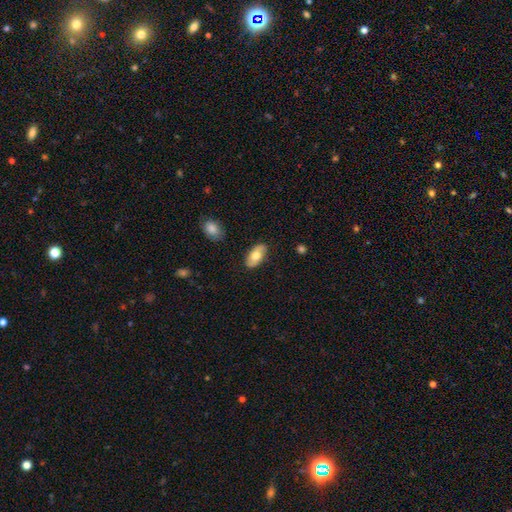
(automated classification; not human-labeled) A smooth galaxy with no disk features (69%) that is in between round and cigar-shaped (93%).

Vote fractions:
- Smooth or featured? smooth: 69% / featured or disk: 26% / star or artifact: 6%
- How rounded? in between: 93% / cigar-shaped: 3% / round: 3%
- Merging? none: 85% / minor disturbance: 11% / major disturbance: 2% / merger: 1%